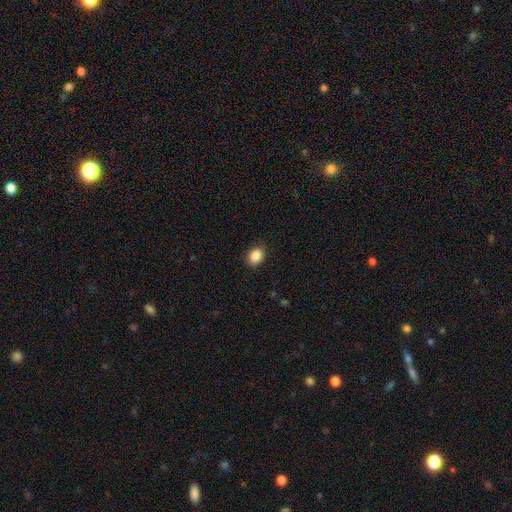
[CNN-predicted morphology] A smooth galaxy with no disk features (88%) that is in between round and cigar-shaped (66%).

Vote fractions:
- Smooth or featured? smooth: 88% / star or artifact: 9% / featured or disk: 3%
- How rounded? in between: 66% / round: 33% / cigar-shaped: 1%
- Merging? none: 86% / minor disturbance: 10% / major disturbance: 2% / merger: 1%